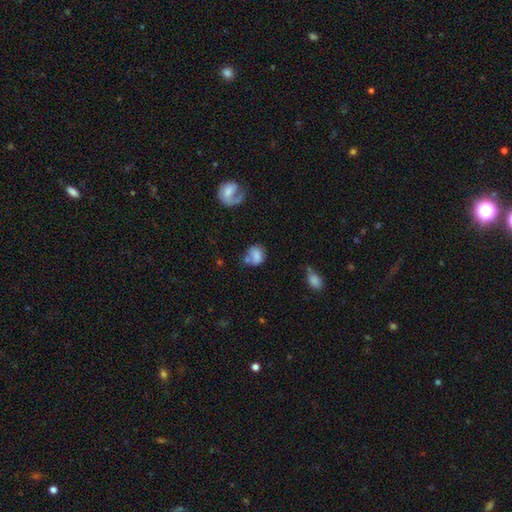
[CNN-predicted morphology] This appears to be a smooth galaxy with no disk features (68%) that is in between round and cigar-shaped (51%). Merging: none (39%).